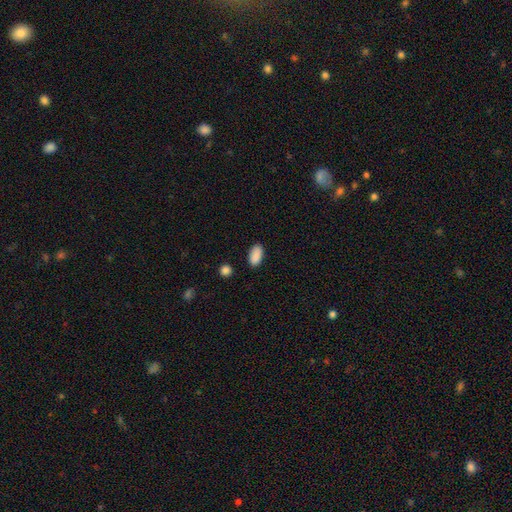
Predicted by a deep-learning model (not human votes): This appears to be a smooth galaxy with no disk features (90%) that is in between round and cigar-shaped (93%). Merging: none (86%).